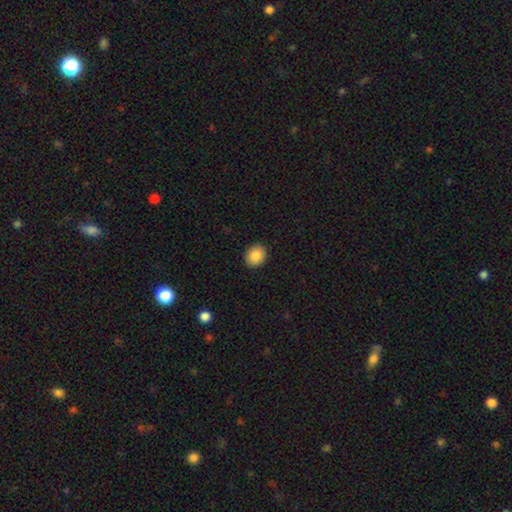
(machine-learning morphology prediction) A smooth galaxy with no disk features (88%) that is round (55%).

Vote fractions:
- Smooth or featured? smooth: 88% / star or artifact: 8% / featured or disk: 4%
- How rounded? round: 55% / in between: 44% / cigar-shaped: 1%
- Merging? none: 91% / minor disturbance: 6% / major disturbance: 2% / merger: 1%